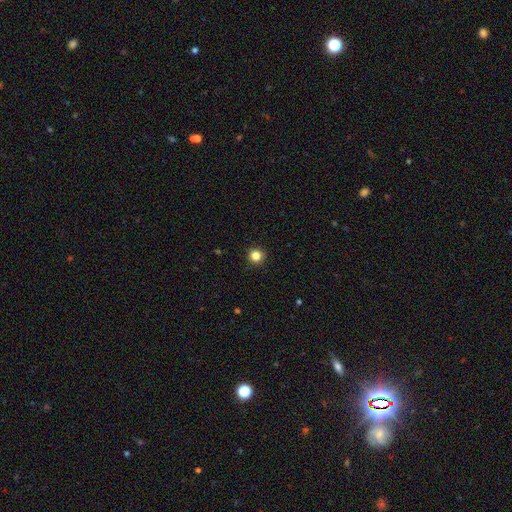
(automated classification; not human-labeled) Smooth or featured: smooth — 84% (star or artifact — 12%)
How rounded: round — 95% (in between — 4%)
Merging: none — 93% (minor disturbance — 5%)